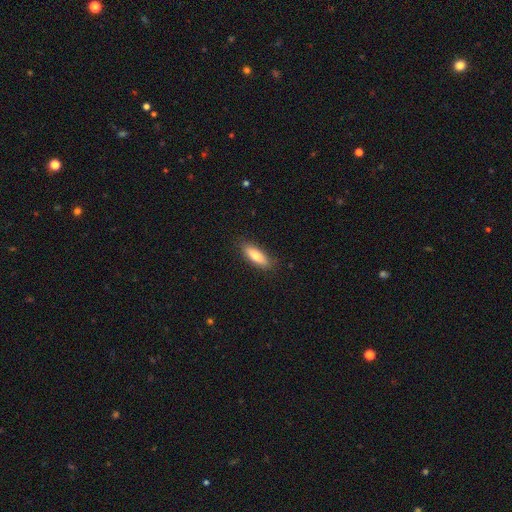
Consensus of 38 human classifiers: Morphology: type=smooth (71%); roundness=in between (67%); merging=none (92%).